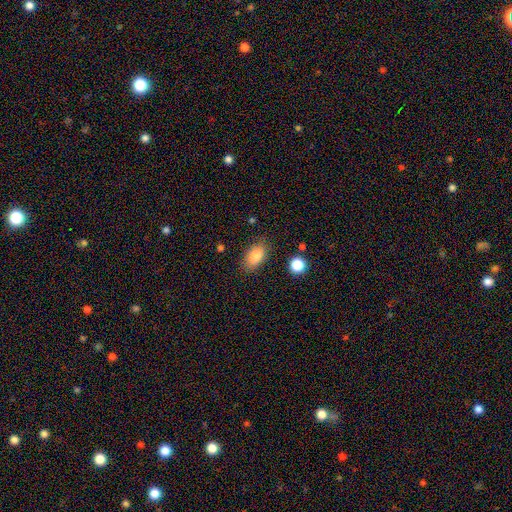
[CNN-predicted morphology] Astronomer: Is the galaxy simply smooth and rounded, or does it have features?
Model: smooth — 84%.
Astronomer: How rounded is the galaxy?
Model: in between — 91%.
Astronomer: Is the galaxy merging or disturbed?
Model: none — 82%.